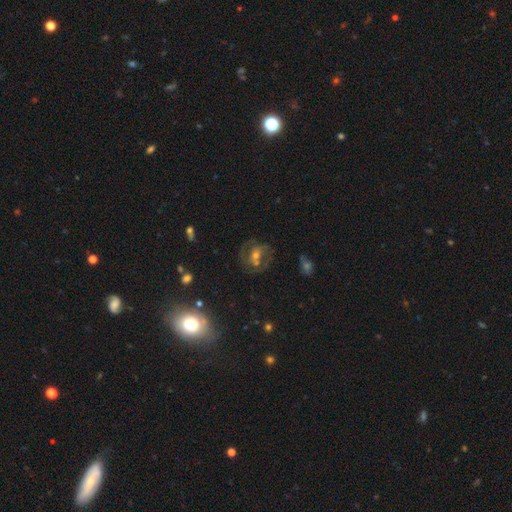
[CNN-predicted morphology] featured or disk 54%, smooth 27%, star or artifact 19%. Down the decision tree: edge-on disk — no (95%); bar — no (48%); spiral arms — yes (59%); bulge size — moderate (54%); merging — none (65%).